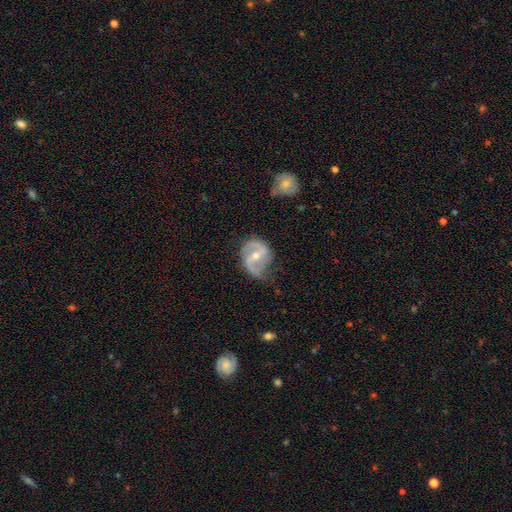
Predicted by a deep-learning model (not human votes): Smooth or featured?
  - featured or disk: 82% *
  - smooth: 13%
  - star or artifact: 5%
Edge-on disk?
  - no: 98% *
  - yes: 2%
Bar?
  - weak: 47% *
  - strong: 33%
  - no: 21%
Spiral arms?
  - yes: 92% *
  - no: 8%
Spiral winding?
  - medium: 46% *
  - loose: 39%
  - tight: 16%
Spiral arm count?
  - 2: 86% *
  - 1: 6%
  - can't tell: 5%
  - 3: 1%
  - 4: 1%
  - more than 4: 1%
Bulge size?
  - moderate: 55% *
  - small: 41%
  - large: 1%
  - none: 1%
  - dominant: 1%
Merging?
  - none: 55% *
  - minor disturbance: 30%
  - major disturbance: 13%
  - merger: 2%